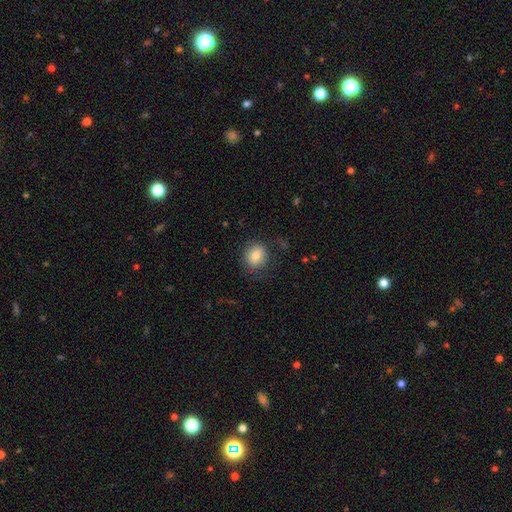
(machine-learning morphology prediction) smooth-or-featured: smooth: 78% | featured or disk: 12% | star or artifact: 10%
  how-rounded: round: 75% | in between: 24% | cigar-shaped: 1%
  merging: none: 78% | minor disturbance: 14% | major disturbance: 6% | merger: 1%